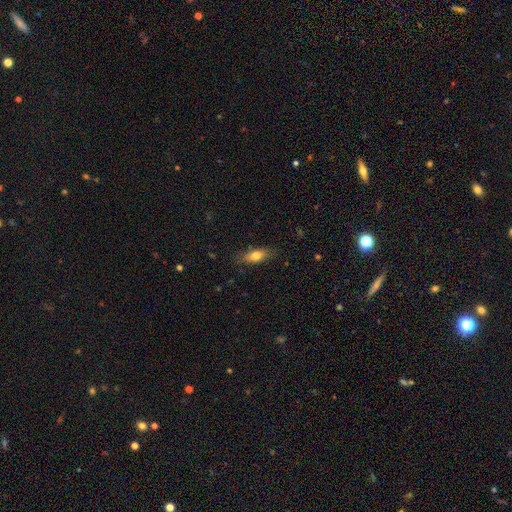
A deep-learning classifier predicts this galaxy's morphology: The model was most divided on "how rounded": in between: 70%, cigar-shaped: 26%, round: 4%. More confident: merging — none (81%); smooth or featured — smooth (73%).